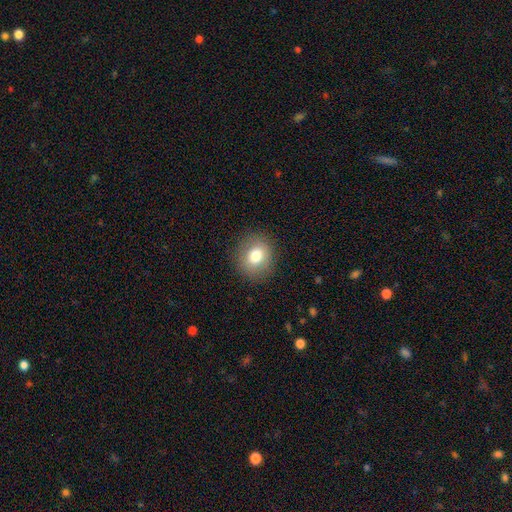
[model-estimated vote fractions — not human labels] The model was most divided on "how rounded": round: 77%, in between: 22%, cigar-shaped: 1%. More confident: merging — none (88%); smooth or featured — smooth (78%).